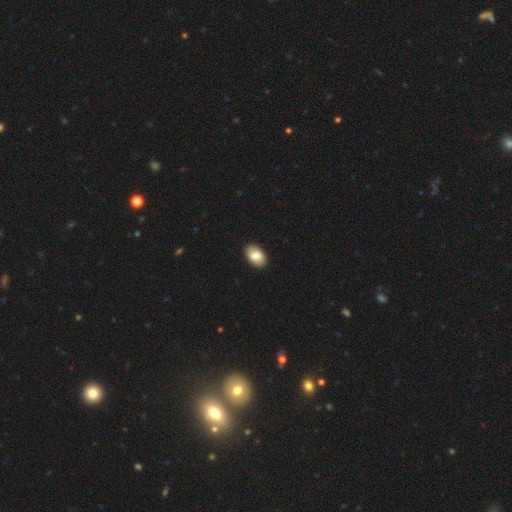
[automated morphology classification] smooth 84%, featured or disk 10%, star or artifact 6%. Down the decision tree: how rounded — in between (92%); merging — none (91%).